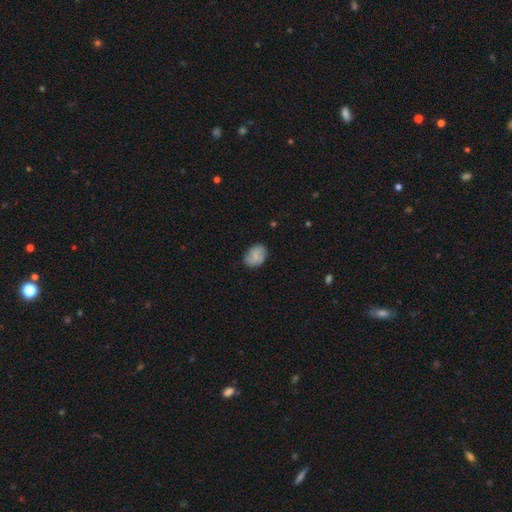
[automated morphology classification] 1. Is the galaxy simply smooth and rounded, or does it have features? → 77% smooth, 15% featured or disk, 8% star or artifact.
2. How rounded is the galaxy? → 68% in between, 31% round, 1% cigar-shaped.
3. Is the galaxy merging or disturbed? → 73% none, 21% minor disturbance, 4% major disturbance, 1% merger.